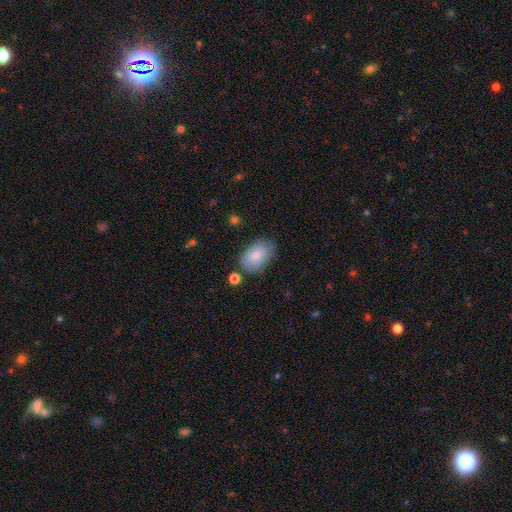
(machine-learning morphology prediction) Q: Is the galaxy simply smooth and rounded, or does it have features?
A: smooth — 75%.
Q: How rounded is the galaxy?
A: in between — 88%.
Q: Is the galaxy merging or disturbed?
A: none — 70%.